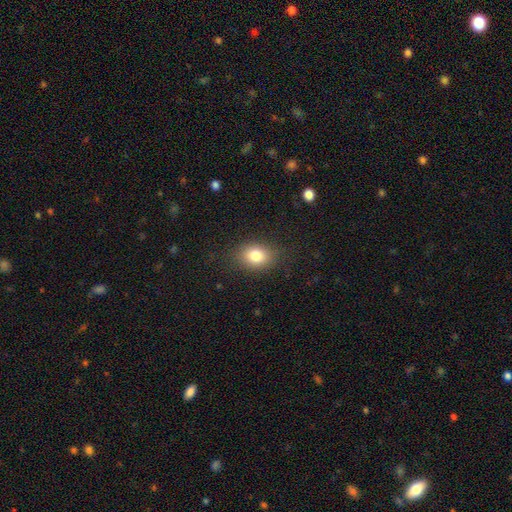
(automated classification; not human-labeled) Smooth or featured?
  - smooth: 81% *
  - star or artifact: 10%
  - featured or disk: 9%
How rounded?
  - in between: 61% *
  - round: 38%
  - cigar-shaped: 1%
Merging?
  - none: 84% *
  - minor disturbance: 11%
  - major disturbance: 4%
  - merger: 1%